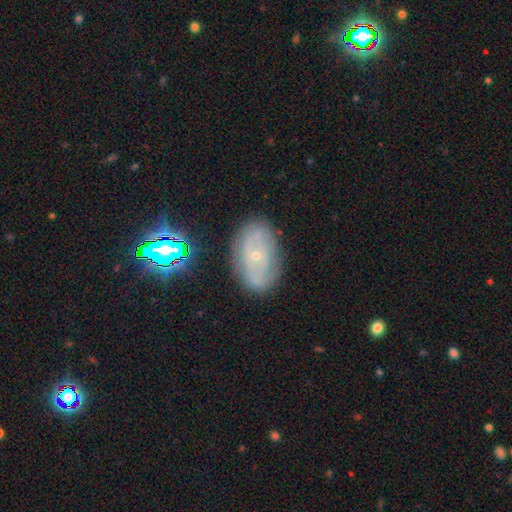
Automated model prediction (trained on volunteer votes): Smooth or featured?
  - featured or disk: 63% *
  - smooth: 26%
  - star or artifact: 11%
Edge-on disk?
  - no: 93% *
  - yes: 7%
Bar?
  - no: 75% *
  - weak: 19%
  - strong: 6%
Spiral arms?
  - yes: 65% *
  - no: 35%
Bulge size?
  - small: 83% *
  - moderate: 14%
  - none: 1%
  - large: 1%
  - dominant: 1%
Merging?
  - none: 79% *
  - minor disturbance: 15%
  - major disturbance: 4%
  - merger: 2%